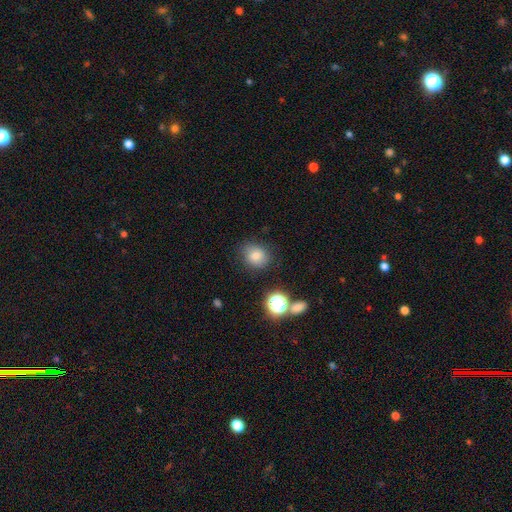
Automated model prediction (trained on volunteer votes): This appears to be a smooth galaxy with no disk features (78%) that is round (60%). Merging: none (79%).